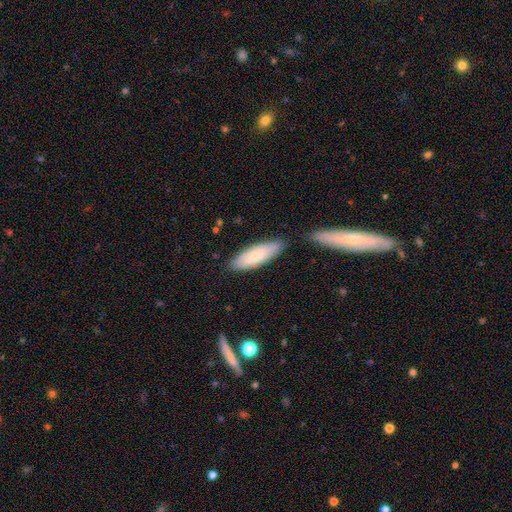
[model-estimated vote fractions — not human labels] smooth_or_featured: smooth (p=0.74) [alt: featured or disk p=0.20]
how_rounded: in between (p=0.54) [alt: cigar-shaped p=0.45]
merging: none (p=0.74) [alt: minor disturbance p=0.16]